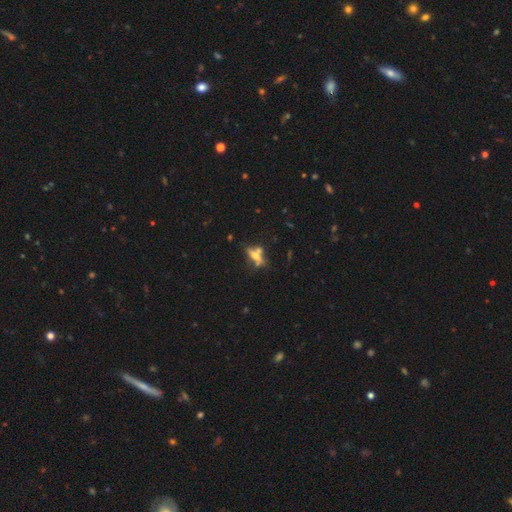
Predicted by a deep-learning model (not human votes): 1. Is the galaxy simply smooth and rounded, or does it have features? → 46% featured or disk, 39% smooth, 15% star or artifact.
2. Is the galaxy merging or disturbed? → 44% none, 31% merger, 15% minor disturbance, 11% major disturbance.